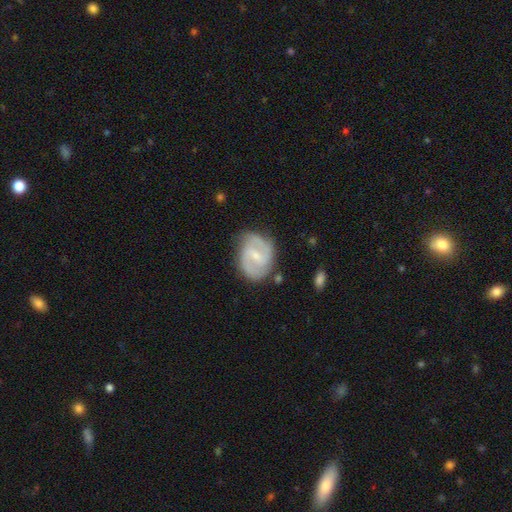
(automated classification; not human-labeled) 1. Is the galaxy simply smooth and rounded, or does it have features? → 79% featured or disk, 16% smooth, 5% star or artifact.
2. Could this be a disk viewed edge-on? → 98% no, 2% yes.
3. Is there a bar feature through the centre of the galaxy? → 59% weak, 25% strong, 17% no.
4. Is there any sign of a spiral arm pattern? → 92% yes, 8% no.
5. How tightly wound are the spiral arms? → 51% medium, 30% tight, 19% loose.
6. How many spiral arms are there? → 82% 2, 9% can't tell, 4% 3, 2% 1, 1% 4, 1% more than 4.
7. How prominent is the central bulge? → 64% small, 29% moderate, 5% none, 1% large, 1% dominant.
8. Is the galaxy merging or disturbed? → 69% none, 22% minor disturbance, 6% major disturbance, 3% merger.